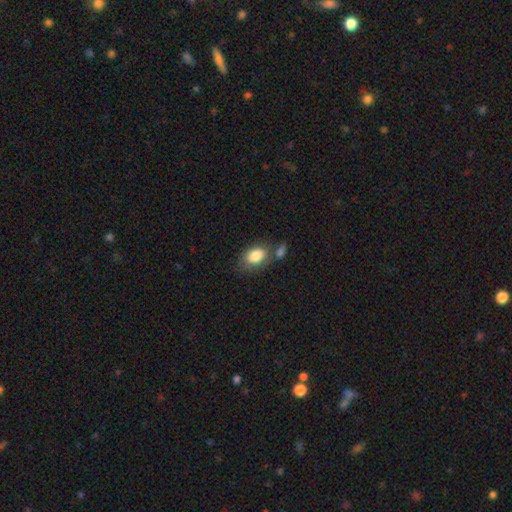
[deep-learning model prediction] The model was most divided on "merging": none: 48%, merger: 25%, minor disturbance: 18%, major disturbance: 8%. More confident: how rounded — in between (87%); smooth or featured — smooth (82%).